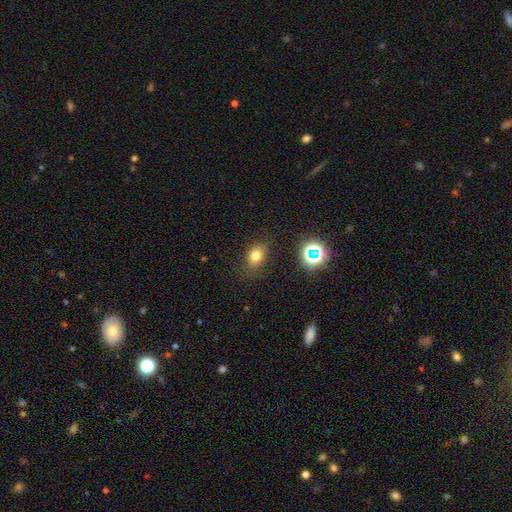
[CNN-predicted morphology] A smooth galaxy with no disk features (75%) that is in between round and cigar-shaped (71%). Merging: none (82%).